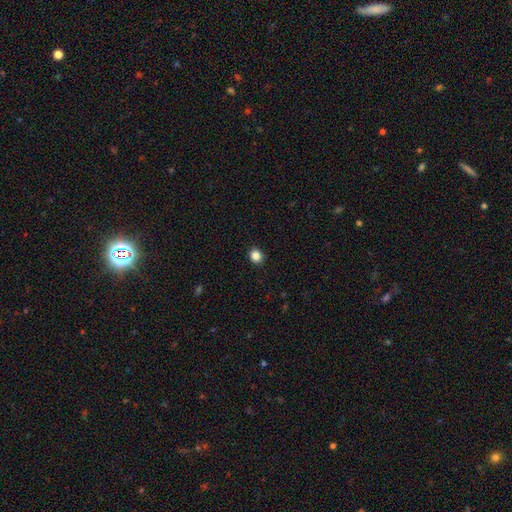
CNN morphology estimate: Overall: smooth (85%). How rounded: round (79%). Merging: none (91%).